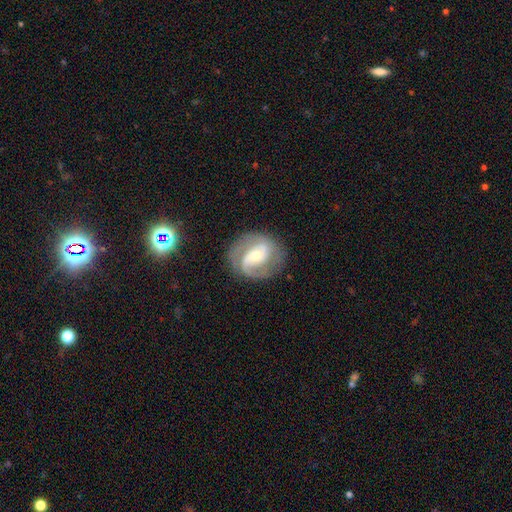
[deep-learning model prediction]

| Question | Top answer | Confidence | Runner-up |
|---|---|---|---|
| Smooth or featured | featured or disk | 84% | smooth (10%) |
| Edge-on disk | no | 98% | yes (2%) |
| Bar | weak | 43% | no (36%) |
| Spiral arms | yes | 95% | no (5%) |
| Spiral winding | medium | 52% | tight (29%) |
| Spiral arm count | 2 | 83% | 1 (6%) |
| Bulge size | moderate | 50% | small (44%) |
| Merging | none | 77% | minor disturbance (15%) |